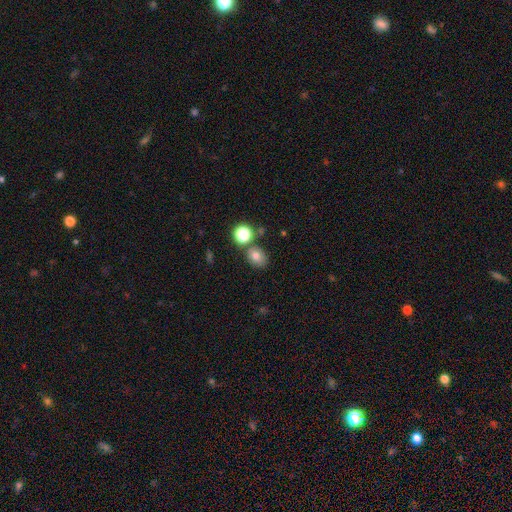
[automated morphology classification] The model was most divided on "how rounded": in between: 56%, round: 43%, cigar-shaped: 1%. More confident: smooth or featured — smooth (74%); merging — none (68%).